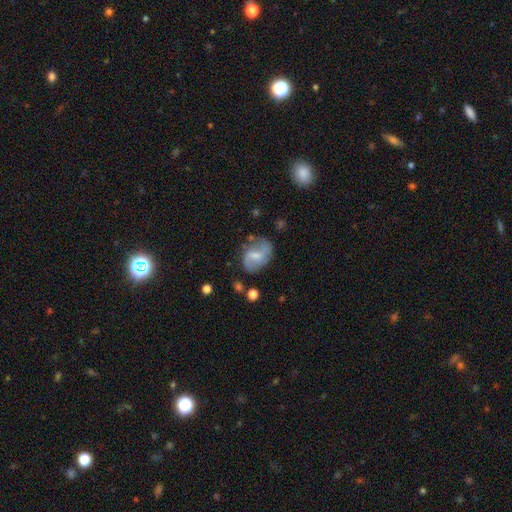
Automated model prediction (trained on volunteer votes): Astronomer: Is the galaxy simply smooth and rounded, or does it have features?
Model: featured or disk — 59% (runner-up: smooth, 34%).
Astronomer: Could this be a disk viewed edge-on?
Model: no — 97%.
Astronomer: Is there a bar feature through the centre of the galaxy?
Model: weak — 54% (runner-up: no, 29%).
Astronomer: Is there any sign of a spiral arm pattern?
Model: yes — 82%.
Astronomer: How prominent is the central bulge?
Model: small — 39% (runner-up: moderate, 34%).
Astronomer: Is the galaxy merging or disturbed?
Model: none — 62%.